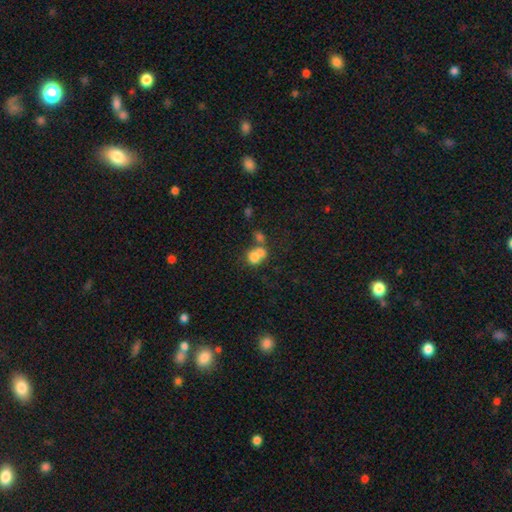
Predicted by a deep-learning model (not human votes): smooth_or_featured: smooth (p=0.70) [alt: featured or disk p=0.19]
how_rounded: round (p=0.59) [alt: in between p=0.39]
merging: merger (p=0.64) [alt: none p=0.23]